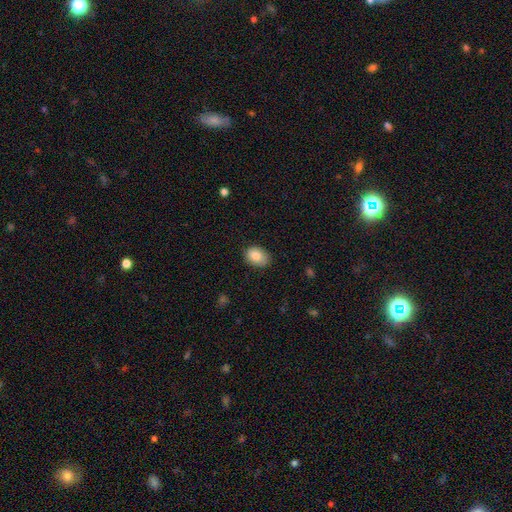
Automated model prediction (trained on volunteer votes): Smooth or featured? smooth (83%)
How rounded? in between (73%)
Merging? none (83%)